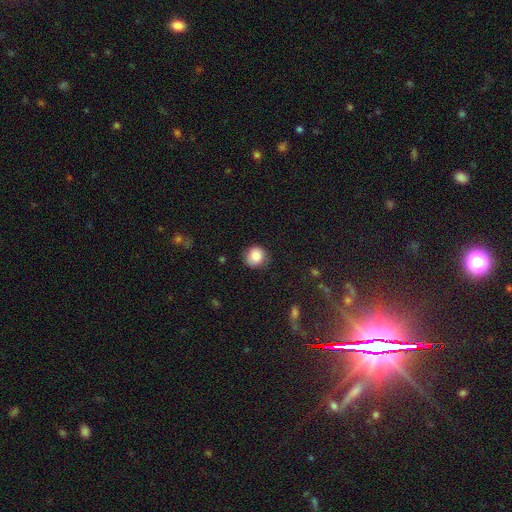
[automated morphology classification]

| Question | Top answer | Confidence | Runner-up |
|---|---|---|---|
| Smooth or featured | smooth | 85% | star or artifact (9%) |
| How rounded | round | 86% | in between (13%) |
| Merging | none | 77% | minor disturbance (17%) |